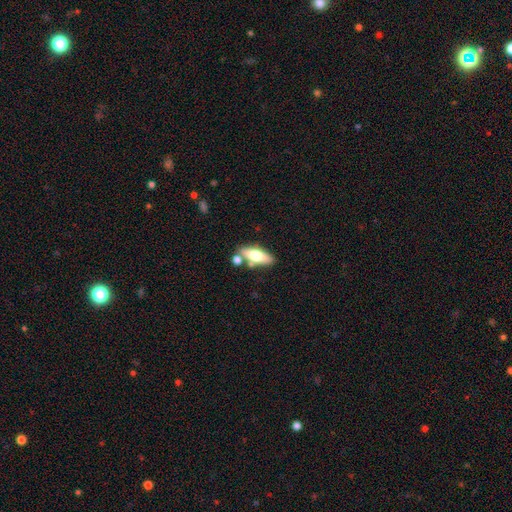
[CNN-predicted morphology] Smooth or featured: smooth — 60% (featured or disk — 33%)
How rounded: in between — 63% (cigar-shaped — 34%)
Merging: none — 68% (merger — 16%)